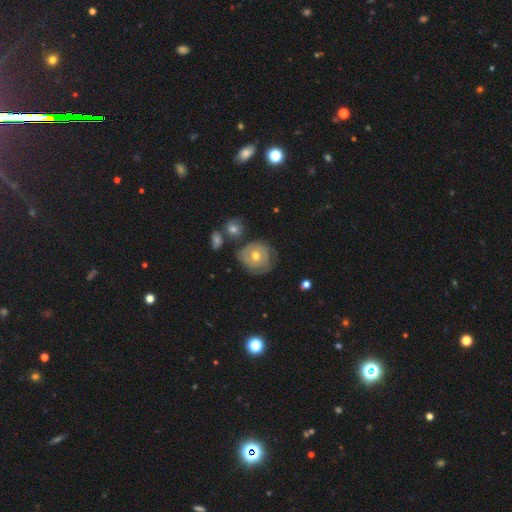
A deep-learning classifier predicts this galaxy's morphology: Smooth or featured: featured or disk — 67% (smooth — 27%)
Edge-on disk: no — 97% (yes — 3%)
Bar: no — 73% (weak — 22%)
Spiral arms: yes — 78% (no — 22%)
Spiral winding: tight — 71% (medium — 21%)
Spiral arm count: can't tell — 41% (2 — 30%)
Bulge size: moderate — 76% (small — 19%)
Merging: none — 64% (minor disturbance — 22%)